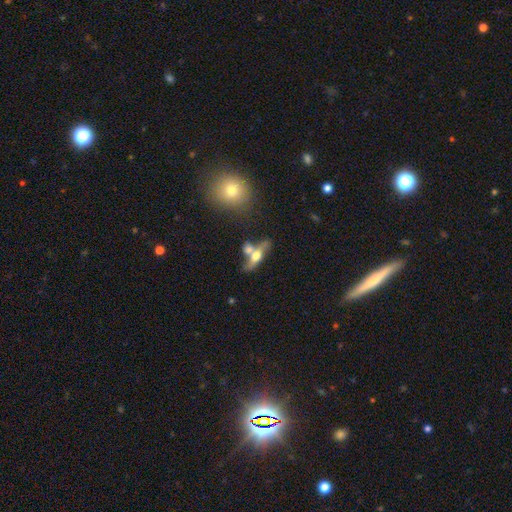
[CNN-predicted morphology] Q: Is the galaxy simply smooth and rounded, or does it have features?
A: featured or disk — 52%.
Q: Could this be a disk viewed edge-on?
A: yes — 73%.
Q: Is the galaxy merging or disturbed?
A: merger — 41%.